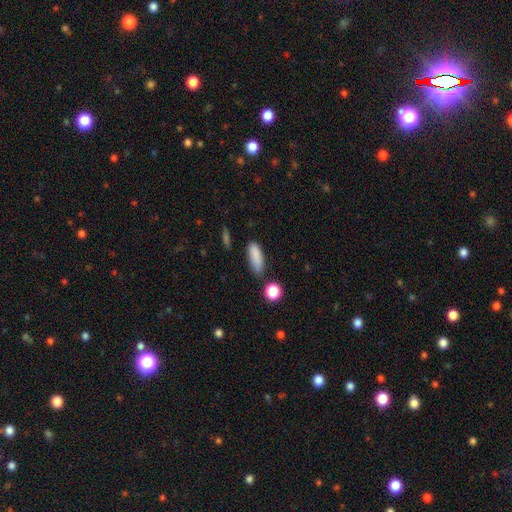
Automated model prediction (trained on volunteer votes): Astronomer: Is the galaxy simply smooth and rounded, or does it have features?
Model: smooth — 85%.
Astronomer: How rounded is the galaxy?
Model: in between — 65%.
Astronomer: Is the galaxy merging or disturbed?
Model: none — 72%.